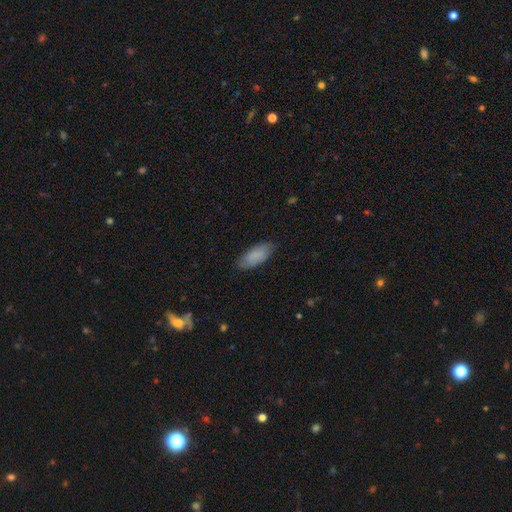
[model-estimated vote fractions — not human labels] smooth-or-featured: smooth: 85% | featured or disk: 9% | star or artifact: 6%
  how-rounded: in between: 83% | cigar-shaped: 15% | round: 2%
  merging: none: 80% | minor disturbance: 16% | major disturbance: 3% | merger: 1%